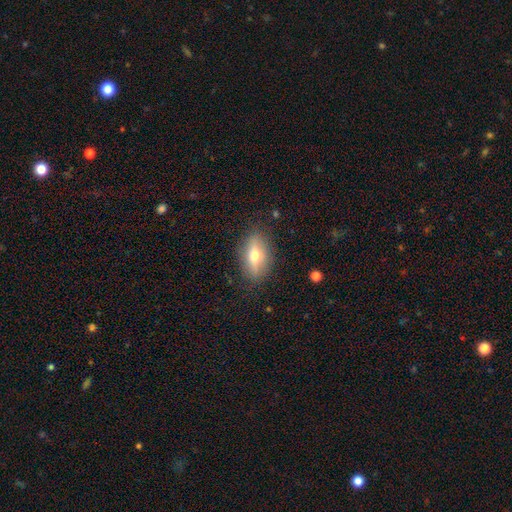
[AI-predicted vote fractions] Q: Smooth or featured?
A: smooth (53%); runner-up: featured or disk (38%)
Q: How rounded?
A: in between (78%); runner-up: cigar-shaped (12%)
Q: Merging?
A: none (83%); runner-up: minor disturbance (12%)